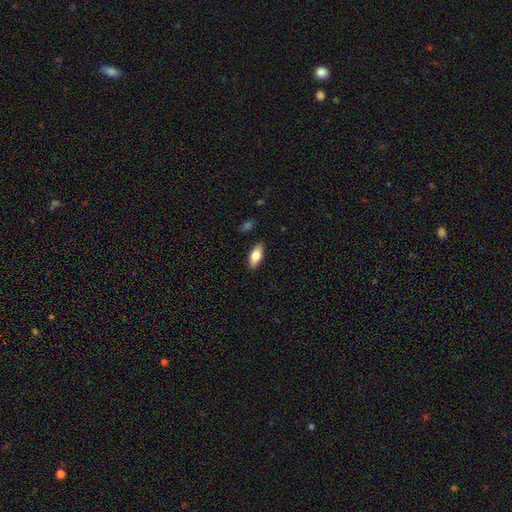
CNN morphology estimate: A smooth galaxy with no disk features (74%) that is in between round and cigar-shaped (84%). Merging: none (88%).